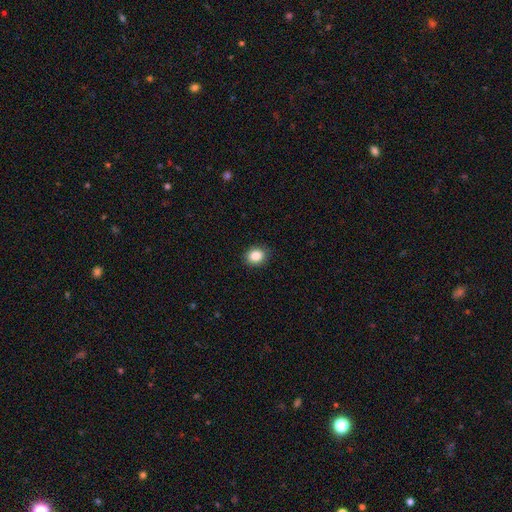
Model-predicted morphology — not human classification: The model was most divided on "how rounded": round: 65%, in between: 34%, cigar-shaped: 1%. More confident: merging — none (89%); smooth or featured — smooth (86%).